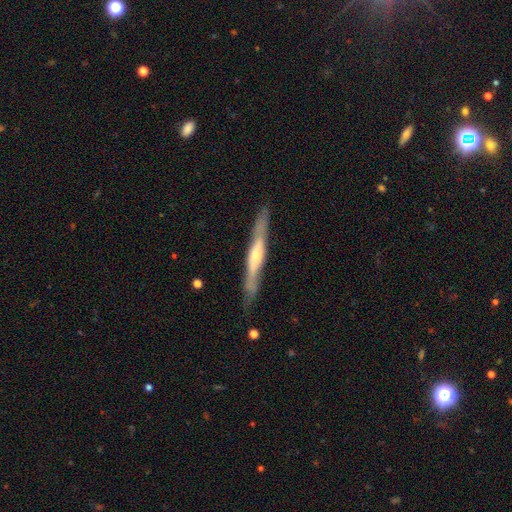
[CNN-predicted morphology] Smooth or featured? Predicted: featured or disk (p=0.70). Edge-on disk? Predicted: yes (p=0.90). Edge-on bulge? Predicted: rounded (p=0.70). Merging? Predicted: none (p=0.85).